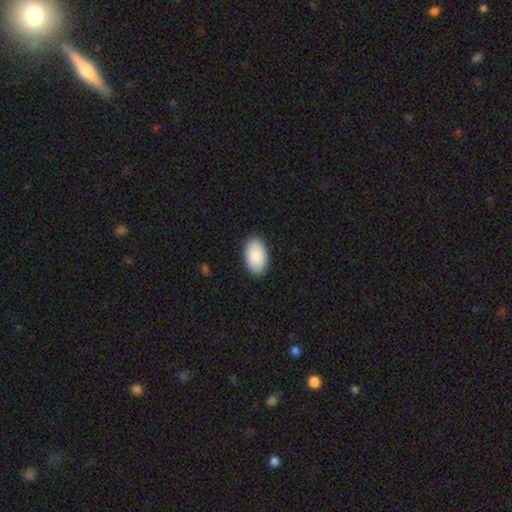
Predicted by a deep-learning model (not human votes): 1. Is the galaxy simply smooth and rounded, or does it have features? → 91% smooth, 5% star or artifact, 4% featured or disk.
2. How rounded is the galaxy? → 95% in between, 4% round, 1% cigar-shaped.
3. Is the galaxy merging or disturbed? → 90% none, 8% minor disturbance, 2% major disturbance, 1% merger.